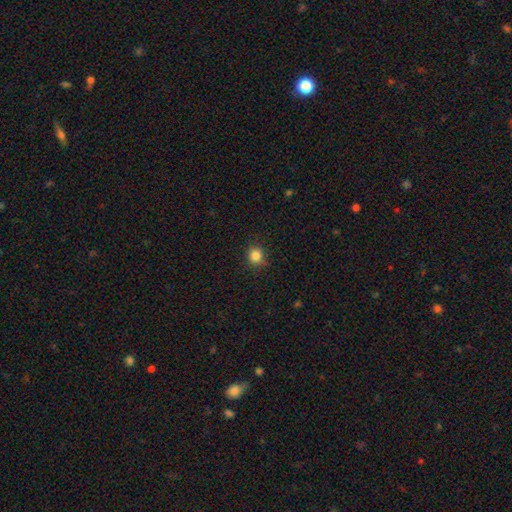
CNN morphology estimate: This is clearly a smooth galaxy (84%). How rounded: clearly round (87%). Merging: clearly none (83%).